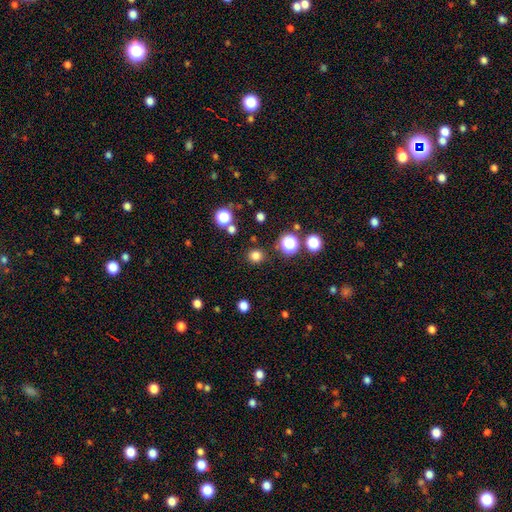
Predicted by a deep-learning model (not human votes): Smooth or featured?
  - smooth: 79% *
  - star or artifact: 17%
  - featured or disk: 4%
How rounded?
  - round: 90% *
  - in between: 9%
  - cigar-shaped: 1%
Merging?
  - none: 89% *
  - minor disturbance: 6%
  - major disturbance: 3%
  - merger: 2%